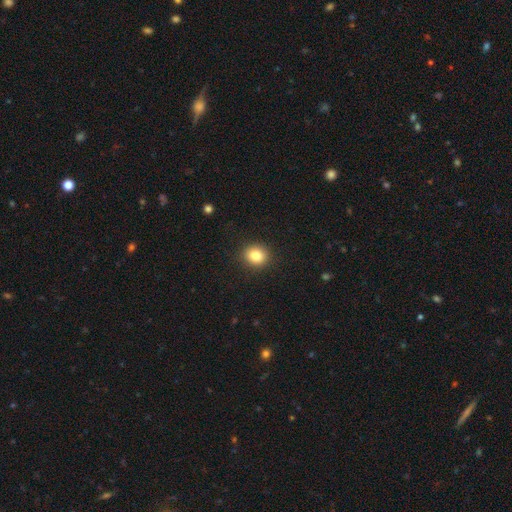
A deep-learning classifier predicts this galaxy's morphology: Overall: smooth (83%). How rounded: round (79%). Merging: none (91%).